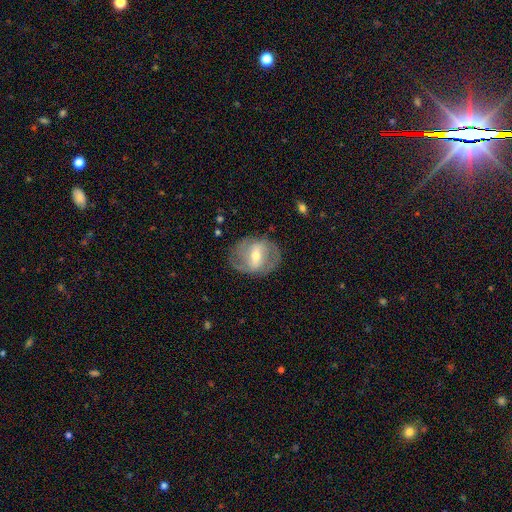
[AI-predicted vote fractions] The model was most divided on "bar": strong: 46%, weak: 41%, no: 13%. Remaining: edge-on disk — no (94%); spiral arms — yes (74%); merging — none (74%); smooth or featured — featured or disk (73%); spiral arm count — 2 (68%); bulge size — moderate (54%); spiral winding — medium (44%).